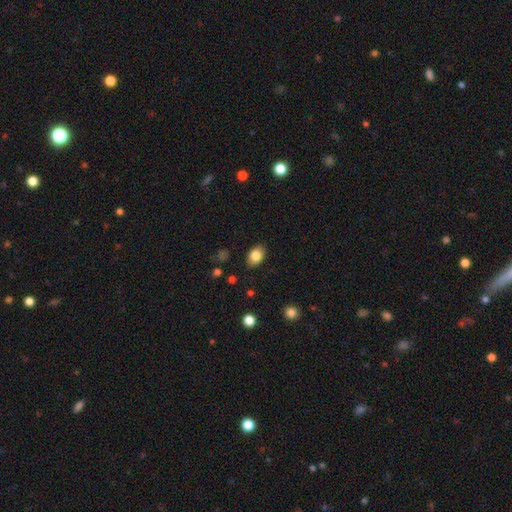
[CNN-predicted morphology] type=smooth (84%); roundness=in between (82%); merging=none (86%).